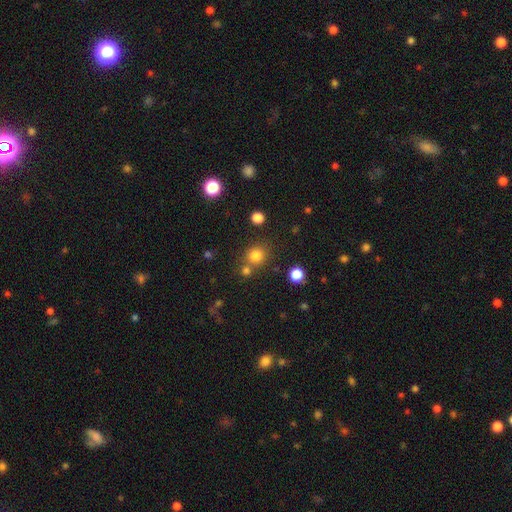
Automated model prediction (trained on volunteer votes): smooth-or-featured: smooth: 79% | star or artifact: 15% | featured or disk: 6%
  how-rounded: round: 88% | in between: 11% | cigar-shaped: 1%
  merging: none: 70% | merger: 18% | minor disturbance: 8% | major disturbance: 3%